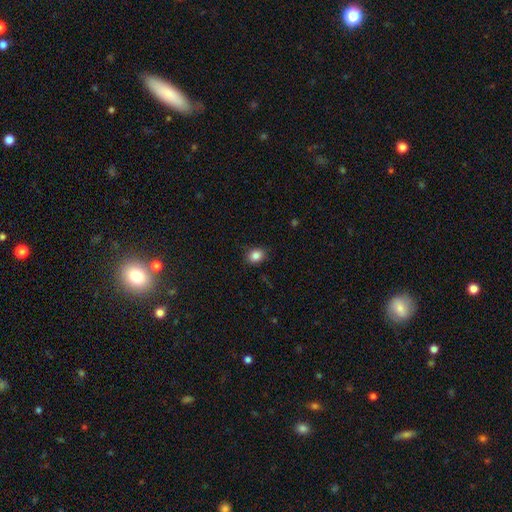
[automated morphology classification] A smooth galaxy with no disk features (85%) that is in between round and cigar-shaped (52%). Merging: none (85%).